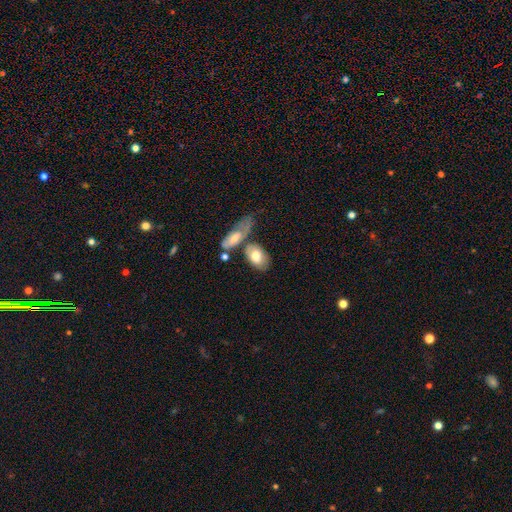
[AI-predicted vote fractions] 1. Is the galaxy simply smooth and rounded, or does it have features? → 71% smooth, 23% featured or disk, 5% star or artifact.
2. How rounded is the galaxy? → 89% in between, 7% round, 4% cigar-shaped.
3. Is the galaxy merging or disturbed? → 42% none, 33% merger, 17% minor disturbance, 8% major disturbance.